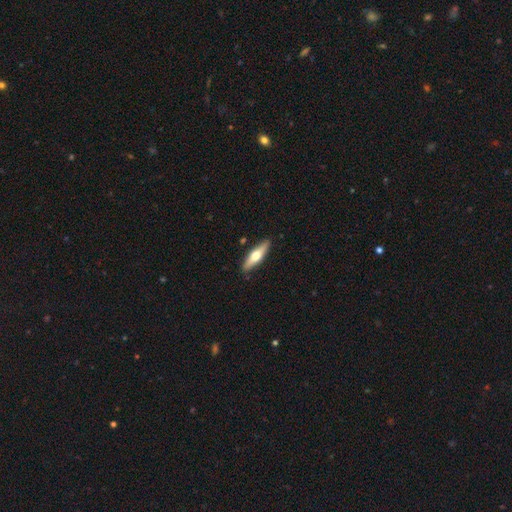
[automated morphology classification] smooth-or-featured: featured or disk: 49% | smooth: 46% | star or artifact: 5%
  merging: none: 89% | minor disturbance: 8% | major disturbance: 2% | merger: 1%